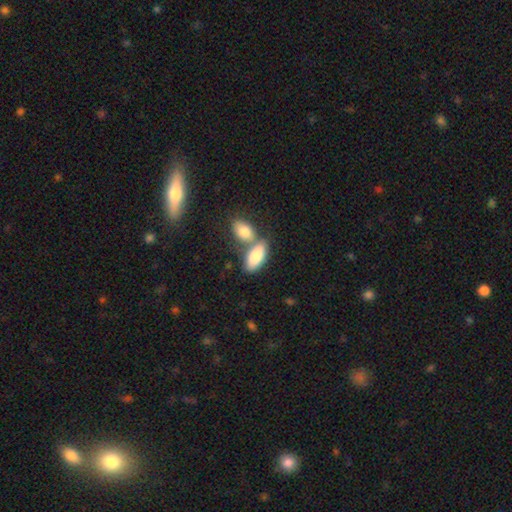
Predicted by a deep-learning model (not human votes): smooth-or-featured: smooth: 84% | featured or disk: 11% | star or artifact: 6%
  how-rounded: in between: 89% | cigar-shaped: 8% | round: 3%
  merging: merger: 45% | none: 42% | minor disturbance: 10% | major disturbance: 4%